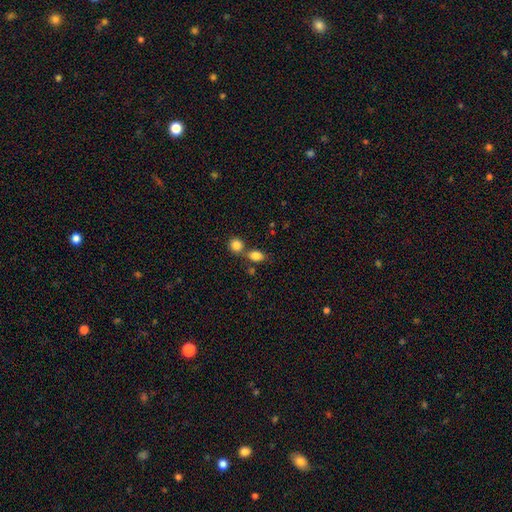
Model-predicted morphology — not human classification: Smooth or featured? Predicted: smooth (p=0.83). How rounded? Predicted: in between (p=0.72). Merging? Predicted: none (p=0.52).